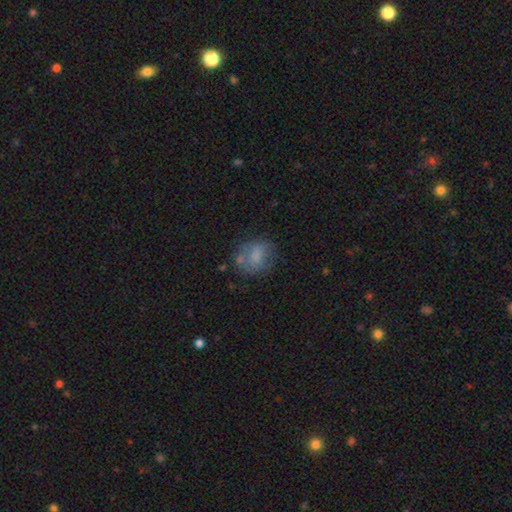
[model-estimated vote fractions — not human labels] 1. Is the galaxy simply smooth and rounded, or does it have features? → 66% smooth, 24% featured or disk, 10% star or artifact.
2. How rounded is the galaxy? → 57% round, 42% in between, 1% cigar-shaped.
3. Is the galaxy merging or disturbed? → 53% none, 22% minor disturbance, 14% merger, 11% major disturbance.